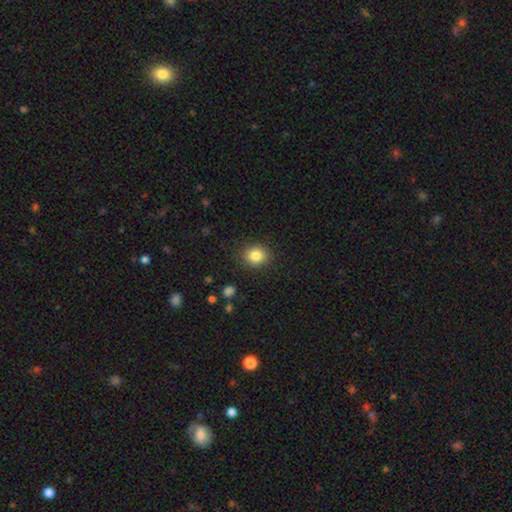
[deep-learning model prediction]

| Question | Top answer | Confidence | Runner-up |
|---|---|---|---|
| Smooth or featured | smooth | 84% | star or artifact (10%) |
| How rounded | round | 65% | in between (34%) |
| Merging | none | 89% | minor disturbance (8%) |